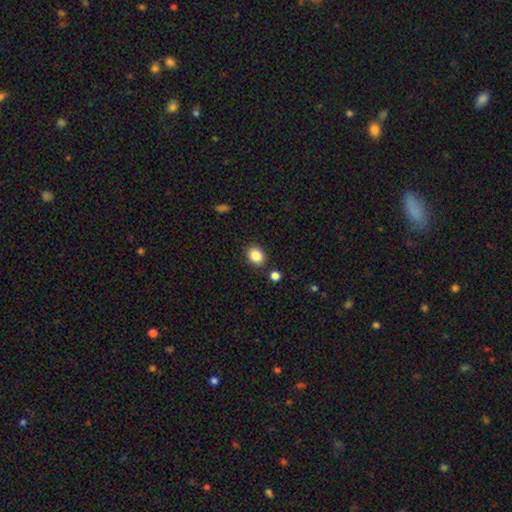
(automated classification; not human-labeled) Overall: smooth (86%). How rounded: round (50%; in between 49%). Merging: none (85%).